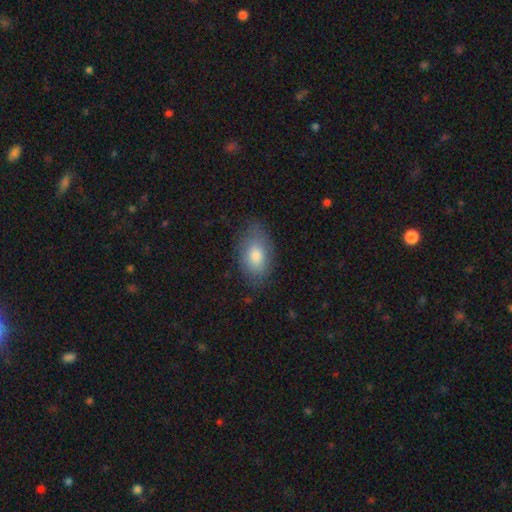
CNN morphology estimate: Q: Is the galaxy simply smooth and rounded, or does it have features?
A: smooth — 78%.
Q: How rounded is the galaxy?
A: in between — 91%.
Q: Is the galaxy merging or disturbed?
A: none — 75%.